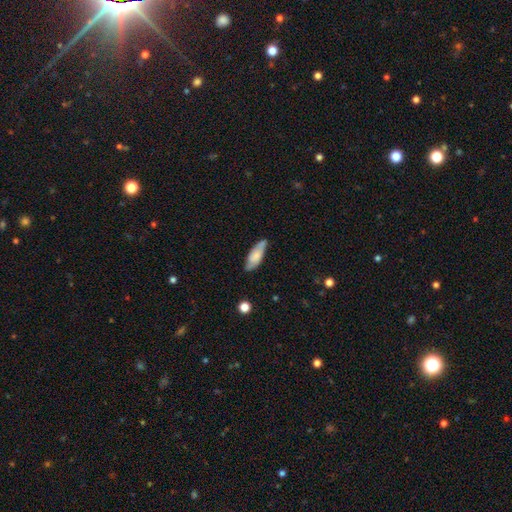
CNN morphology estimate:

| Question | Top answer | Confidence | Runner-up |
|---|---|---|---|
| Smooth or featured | smooth | 62% | featured or disk (31%) |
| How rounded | in between | 67% | cigar-shaped (31%) |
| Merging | none | 68% | minor disturbance (25%) |